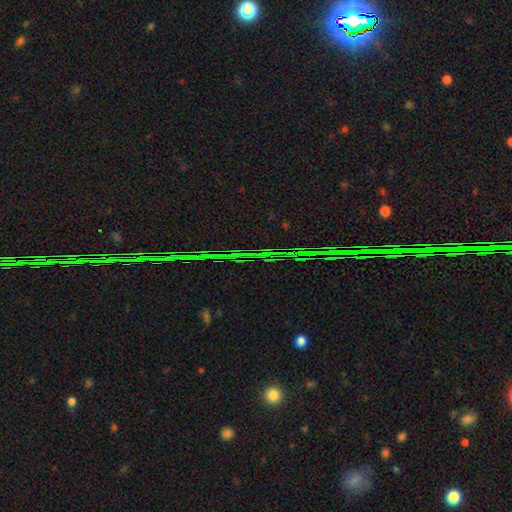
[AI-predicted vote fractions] Morphology: type=star or artifact (85%).